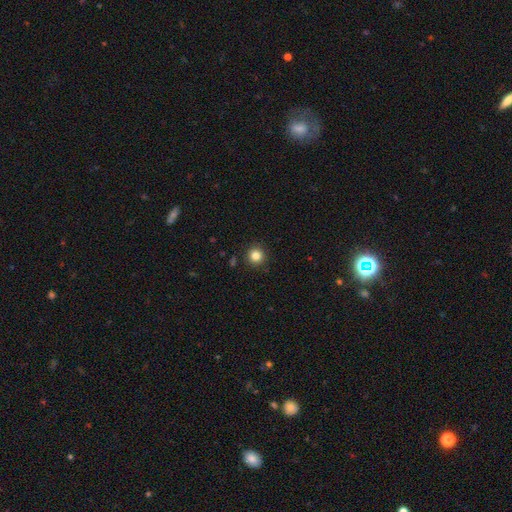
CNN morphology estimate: Q: Smooth or featured?
A: smooth (83%); runner-up: star or artifact (12%)
Q: How rounded?
A: round (94%); runner-up: in between (5%)
Q: Merging?
A: none (91%); runner-up: minor disturbance (6%)